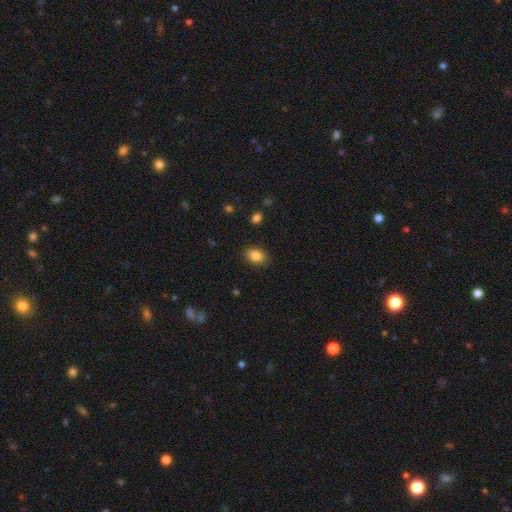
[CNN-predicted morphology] This appears to be a smooth galaxy with no disk features (86%) that is in between round and cigar-shaped (75%). Merging: none (87%).